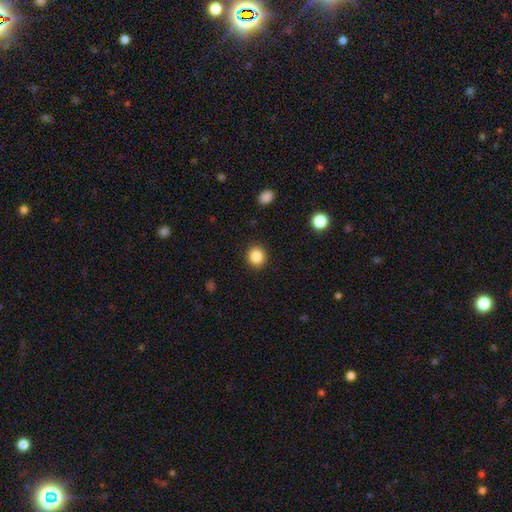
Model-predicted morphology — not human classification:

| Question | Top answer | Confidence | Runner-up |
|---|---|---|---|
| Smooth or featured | smooth | 85% | star or artifact (10%) |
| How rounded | round | 89% | in between (10%) |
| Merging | none | 91% | minor disturbance (6%) |